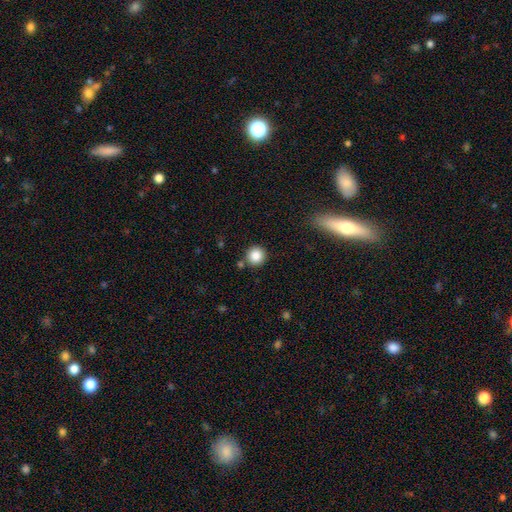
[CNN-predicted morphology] Smooth or featured? smooth (85%)
How rounded? round (95%)
Merging? none (85%)